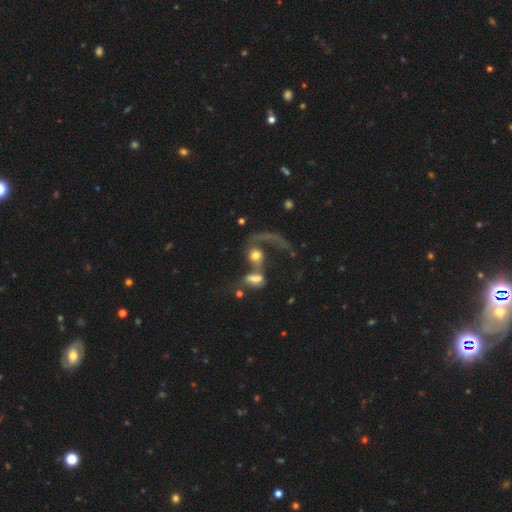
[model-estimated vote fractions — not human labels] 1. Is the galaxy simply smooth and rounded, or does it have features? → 49% featured or disk, 39% smooth, 12% star or artifact.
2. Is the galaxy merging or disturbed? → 58% merger, 23% major disturbance, 14% none, 6% minor disturbance.